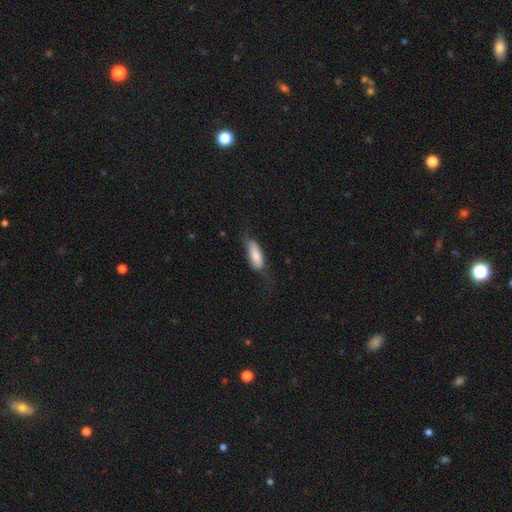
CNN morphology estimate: type=smooth (80%); roundness=in between (68%); merging=none (51%).